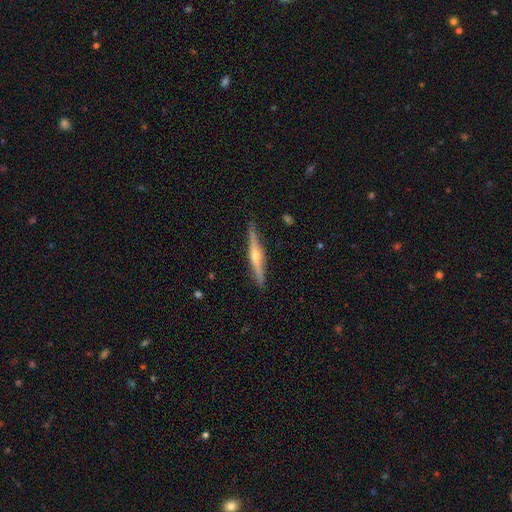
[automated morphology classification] smooth_or_featured: featured or disk (p=0.78) [alt: smooth p=0.17]
disk_edge_on: yes (p=0.98) [alt: no p=0.02]
edge_on_bulge: rounded (p=0.92) [alt: none p=0.05]
merging: none (p=0.90) [alt: minor disturbance p=0.08]